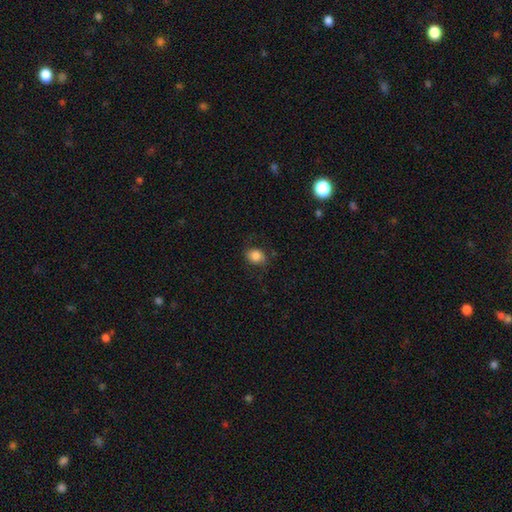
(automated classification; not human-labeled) Overall: smooth (81%). How rounded: in between (54%; round 45%). Merging: none (73%).